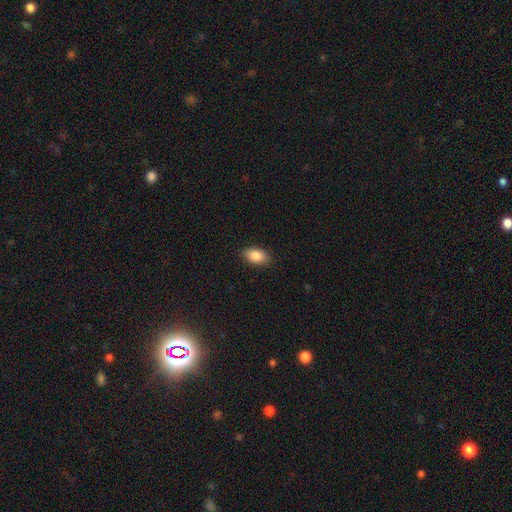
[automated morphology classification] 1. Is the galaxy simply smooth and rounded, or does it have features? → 88% smooth, 7% star or artifact, 5% featured or disk.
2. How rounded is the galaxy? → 93% in between, 4% round, 3% cigar-shaped.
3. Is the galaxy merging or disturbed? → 88% none, 9% minor disturbance, 2% major disturbance, 1% merger.